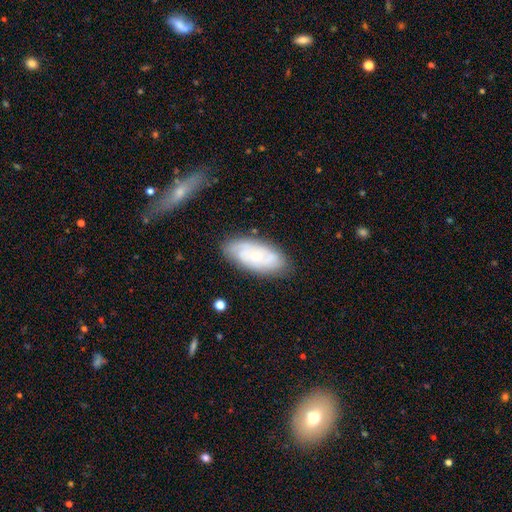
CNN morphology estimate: Smooth or featured? featured or disk (51%)
Edge-on disk? no (91%)
Merging? none (77%)